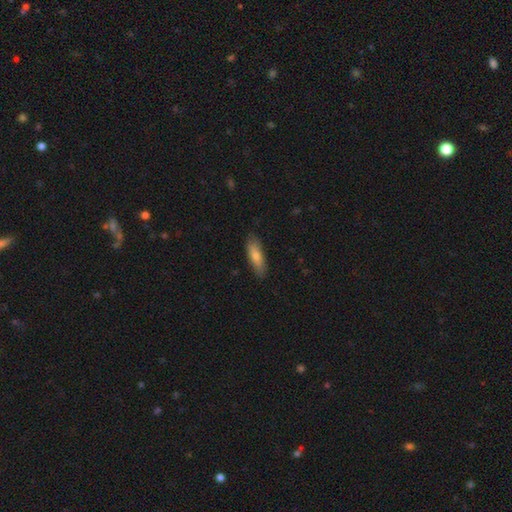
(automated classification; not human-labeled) Smooth or featured?
  - smooth: 73% *
  - featured or disk: 21%
  - star or artifact: 6%
How rounded?
  - cigar-shaped: 54% *
  - in between: 44%
  - round: 2%
Merging?
  - none: 85% *
  - minor disturbance: 12%
  - major disturbance: 2%
  - merger: 1%